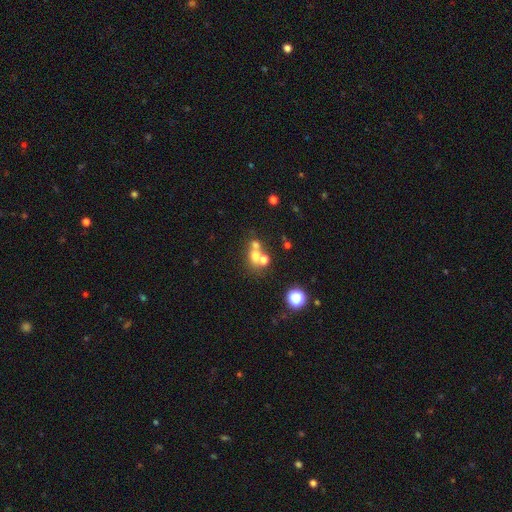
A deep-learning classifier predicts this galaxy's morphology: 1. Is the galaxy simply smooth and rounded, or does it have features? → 56% smooth, 23% featured or disk, 21% star or artifact.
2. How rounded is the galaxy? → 71% round, 28% in between, 2% cigar-shaped.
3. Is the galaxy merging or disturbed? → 51% merger, 35% none, 8% minor disturbance, 6% major disturbance.